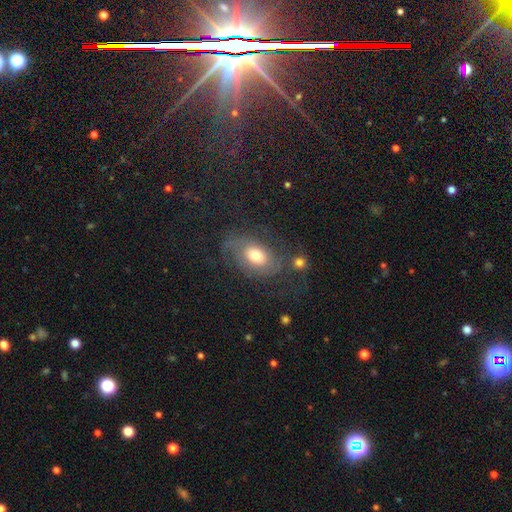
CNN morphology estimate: This is possibly a featured or disk galaxy (54%). It is clearly not viewed edge-on (95%). Bar: likely no (73%). Spiral arm pattern: likely yes (77%). Central bulge: likely moderate (65%). Merging: possibly none (57%).